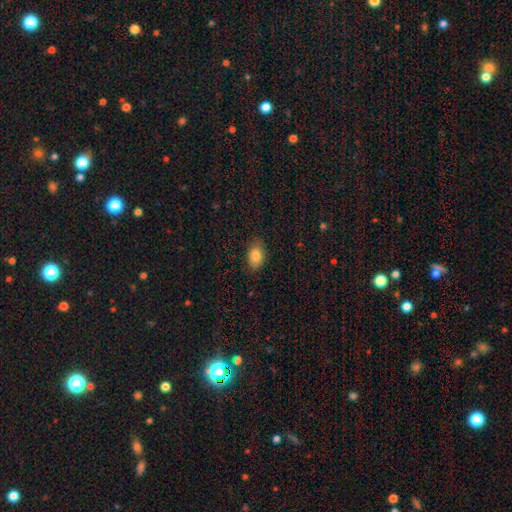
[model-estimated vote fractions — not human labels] Smooth or featured? Predicted: smooth (p=0.83). How rounded? Predicted: in between (p=0.89). Merging? Predicted: none (p=0.84).